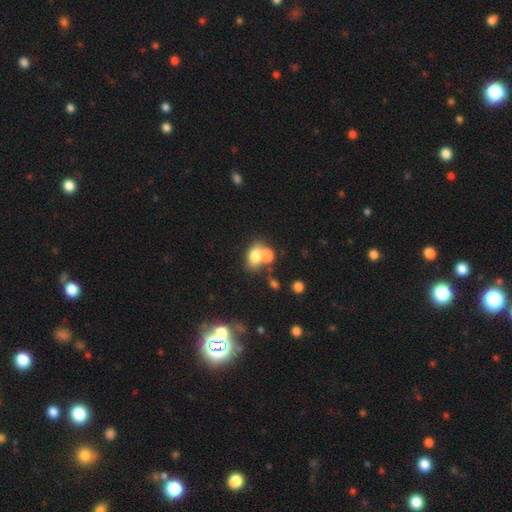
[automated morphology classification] A smooth galaxy with no disk features (74%) that is in between round and cigar-shaped (75%).

Vote fractions:
- Smooth or featured? smooth: 74% / featured or disk: 15% / star or artifact: 11%
- How rounded? in between: 75% / round: 24% / cigar-shaped: 2%
- Merging? merger: 51% / none: 35% / minor disturbance: 9% / major disturbance: 5%